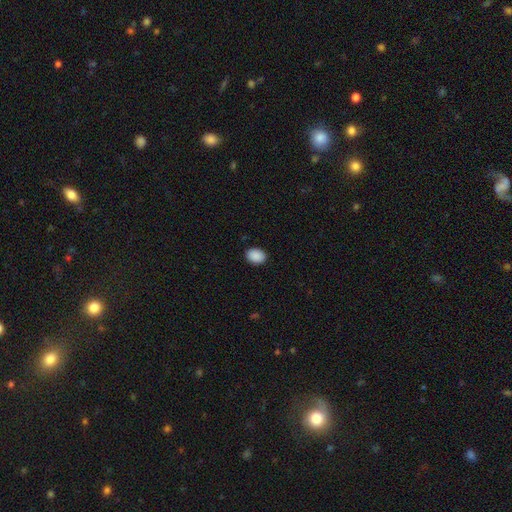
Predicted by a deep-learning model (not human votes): Smooth or featured: smooth — 90% (star or artifact — 7%)
How rounded: in between — 64% (round — 35%)
Merging: none — 89% (minor disturbance — 8%)